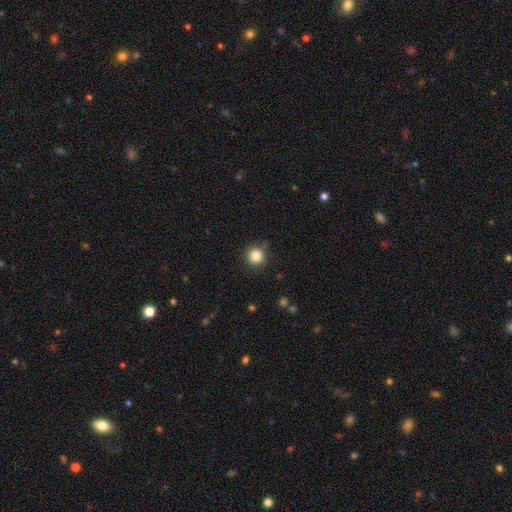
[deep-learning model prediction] The model was most divided on "merging": none: 83%, minor disturbance: 12%, major disturbance: 3%, merger: 2%. More confident: how rounded — round (94%); smooth or featured — smooth (85%).